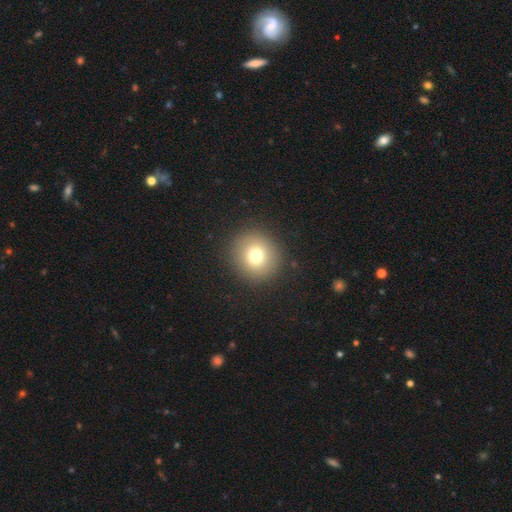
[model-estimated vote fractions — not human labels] Smooth or featured: smooth — 76% (star or artifact — 13%)
How rounded: round — 92% (in between — 8%)
Merging: none — 90% (minor disturbance — 6%)